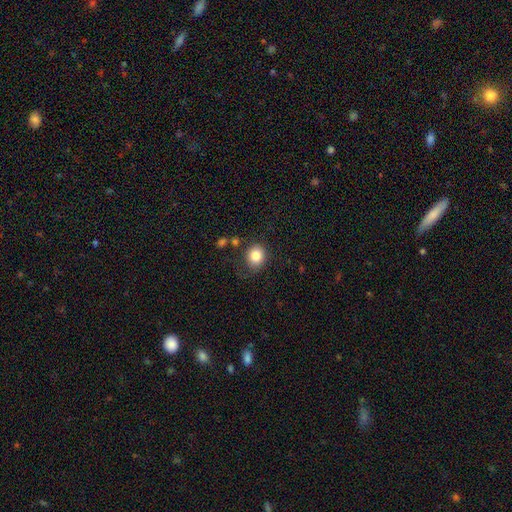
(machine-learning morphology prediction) Smooth or featured?
  - smooth: 83% *
  - star or artifact: 10%
  - featured or disk: 7%
How rounded?
  - round: 77% *
  - in between: 22%
  - cigar-shaped: 1%
Merging?
  - none: 75% *
  - minor disturbance: 15%
  - major disturbance: 6%
  - merger: 3%